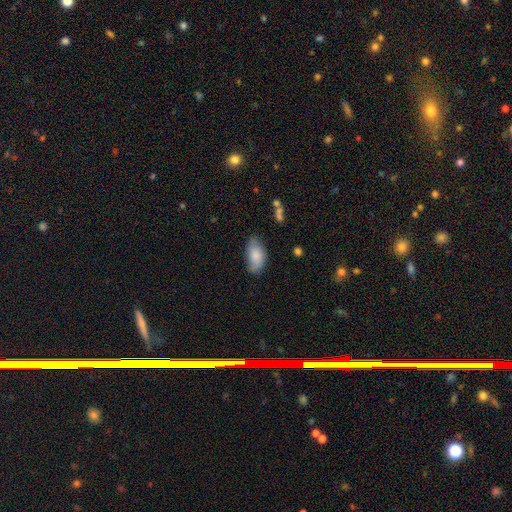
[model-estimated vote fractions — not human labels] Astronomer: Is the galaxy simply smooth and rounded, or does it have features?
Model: smooth — 81%.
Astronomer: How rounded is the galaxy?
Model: in between — 94%.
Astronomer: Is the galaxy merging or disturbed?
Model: none — 71%.